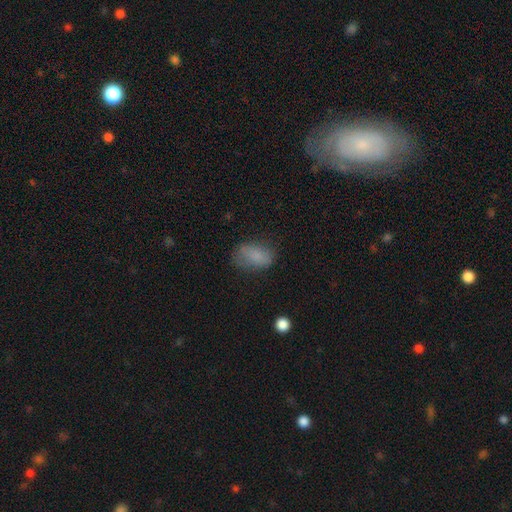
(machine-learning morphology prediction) smooth-or-featured: smooth: 79% | featured or disk: 11% | star or artifact: 10%
  how-rounded: in between: 88% | round: 11% | cigar-shaped: 2%
  merging: none: 62% | minor disturbance: 25% | major disturbance: 11% | merger: 2%